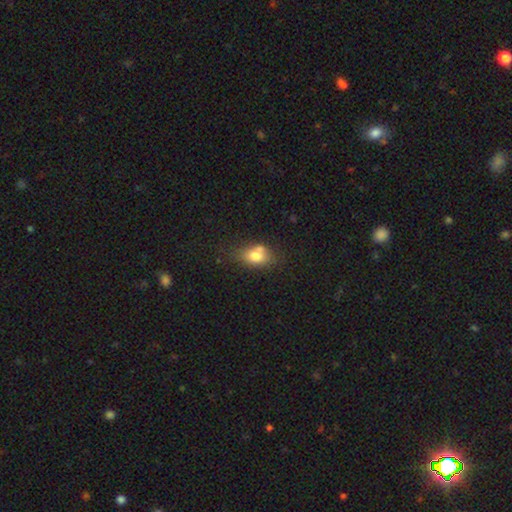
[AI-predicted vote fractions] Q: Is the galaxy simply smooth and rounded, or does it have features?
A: smooth — 75%.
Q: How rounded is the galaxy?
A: in between — 69%.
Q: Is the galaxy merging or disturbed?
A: none — 50%.